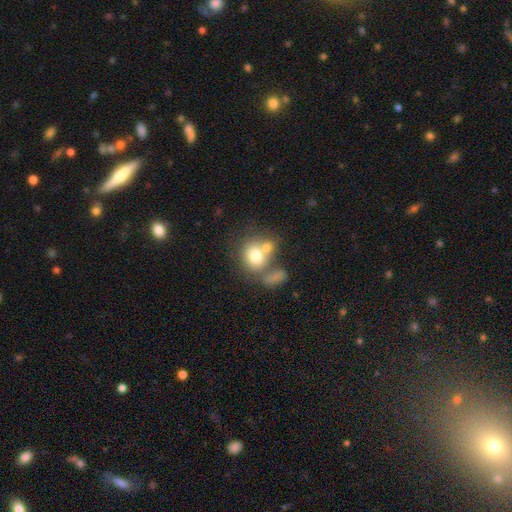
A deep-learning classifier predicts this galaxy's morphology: Q: Smooth or featured?
A: smooth (71%); runner-up: featured or disk (19%)
Q: How rounded?
A: round (69%); runner-up: in between (30%)
Q: Merging?
A: merger (47%); runner-up: none (35%)